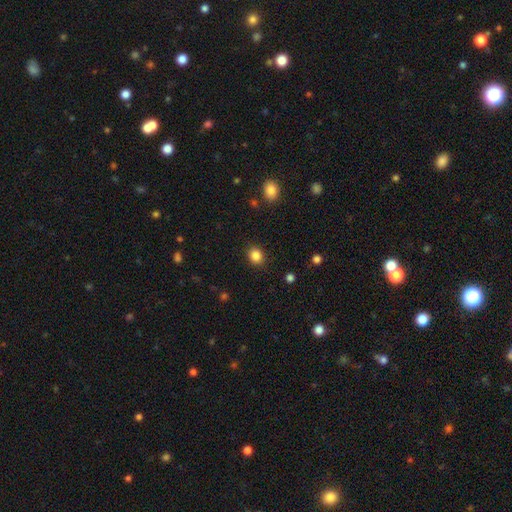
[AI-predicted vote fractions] The model was most divided on "how rounded": round: 68%, in between: 31%, cigar-shaped: 1%. More confident: merging — none (89%); smooth or featured — smooth (86%).